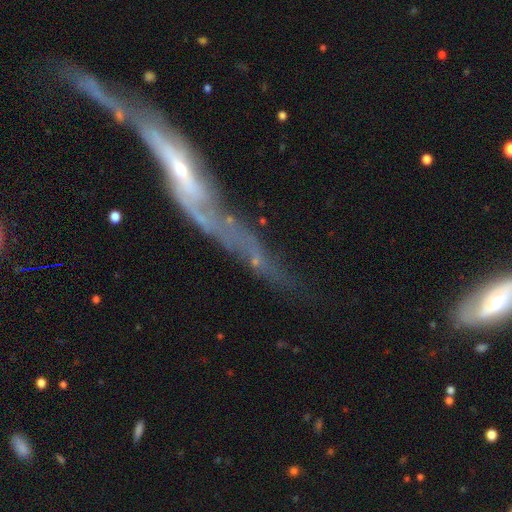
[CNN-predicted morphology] A featured or disk galaxy (69%).

Vote fractions:
- Smooth or featured? featured or disk: 69% / smooth: 20% / star or artifact: 11%
- Edge-on disk? no: 58% / yes: 42%
- Merging? none: 37% / major disturbance: 31% / minor disturbance: 18% / merger: 14%